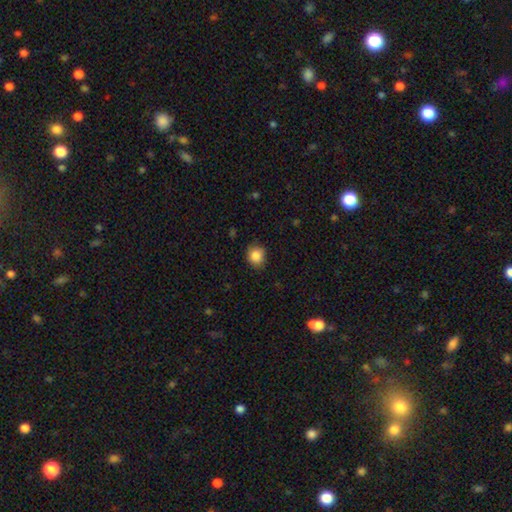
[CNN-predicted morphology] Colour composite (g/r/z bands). It shows a smooth galaxy with no disk features (86%) that is round (71%). Merging: none (78%).